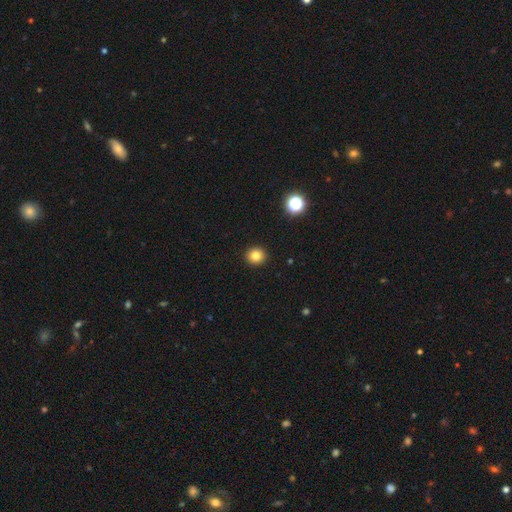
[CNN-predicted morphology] Smooth or featured?
  - smooth: 82% *
  - star or artifact: 12%
  - featured or disk: 6%
How rounded?
  - round: 87% *
  - in between: 12%
  - cigar-shaped: 1%
Merging?
  - none: 93% *
  - minor disturbance: 5%
  - major disturbance: 2%
  - merger: 1%